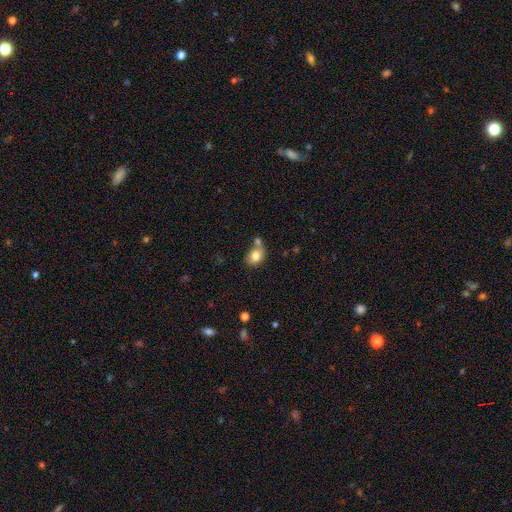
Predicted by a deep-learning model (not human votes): Morphology: type=smooth (79%); roundness=in between (50%); merging=none (44%).